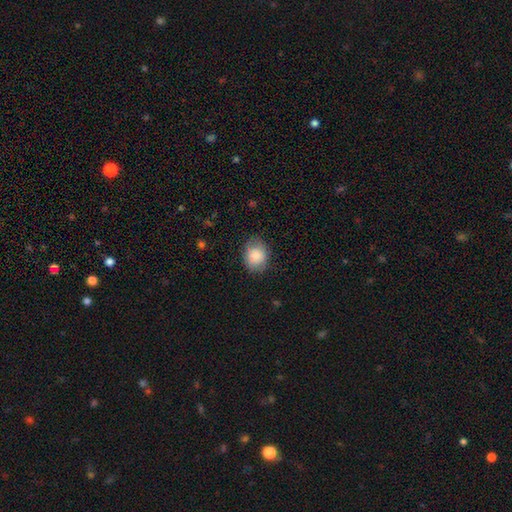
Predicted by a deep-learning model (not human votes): A smooth galaxy with no disk features (82%) that is round (55%). Merging: none (74%).